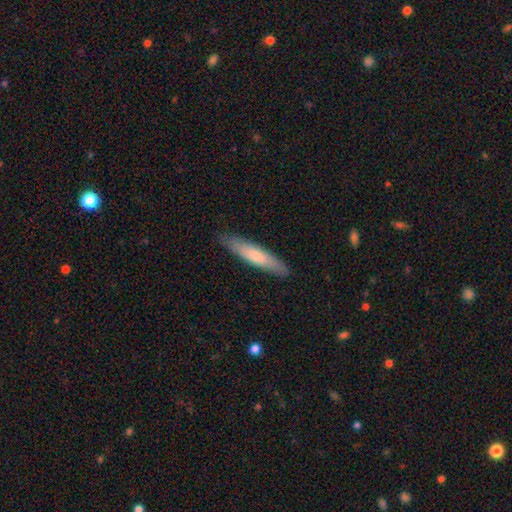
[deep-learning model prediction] Q: Smooth or featured?
A: smooth (69%); runner-up: featured or disk (26%)
Q: How rounded?
A: cigar-shaped (86%); runner-up: in between (13%)
Q: Merging?
A: none (87%); runner-up: minor disturbance (10%)